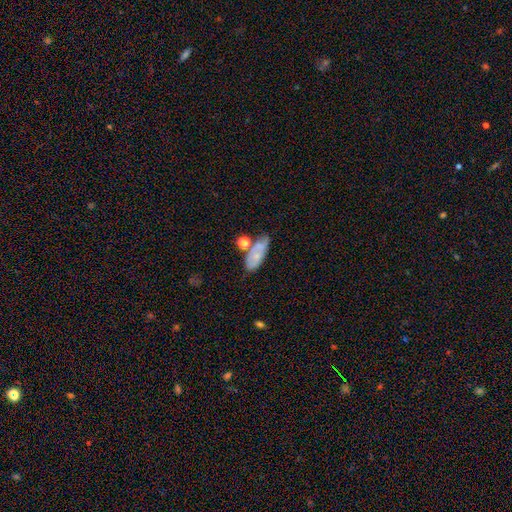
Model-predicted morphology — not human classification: A smooth galaxy with no disk features (57%) that is in between round and cigar-shaped (84%).

Vote fractions:
- Smooth or featured? smooth: 57% / featured or disk: 34% / star or artifact: 9%
- How rounded? in between: 84% / cigar-shaped: 10% / round: 6%
- Merging? none: 48% / minor disturbance: 24% / merger: 19% / major disturbance: 9%